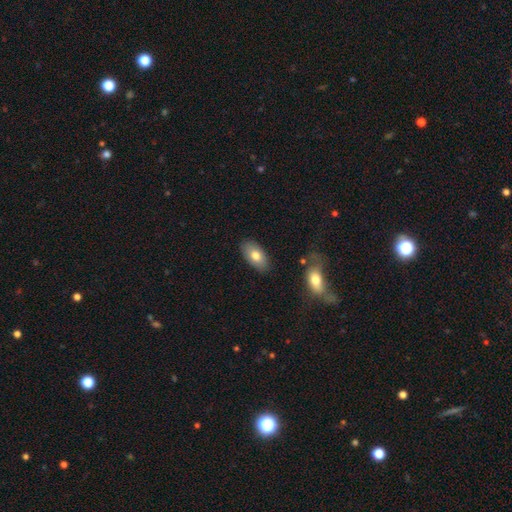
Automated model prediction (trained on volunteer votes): A smooth galaxy with no disk features (76%) that is in between round and cigar-shaped (94%). Merging: none (85%).